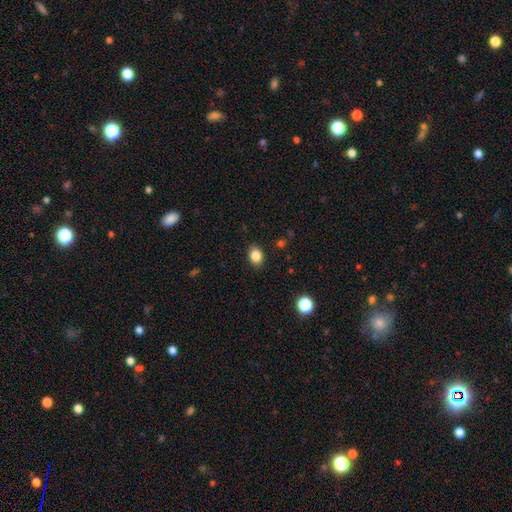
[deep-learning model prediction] Smooth or featured?
  - smooth: 85% *
  - star or artifact: 10%
  - featured or disk: 5%
How rounded?
  - in between: 64% *
  - round: 35%
  - cigar-shaped: 1%
Merging?
  - none: 88% *
  - minor disturbance: 8%
  - major disturbance: 2%
  - merger: 1%